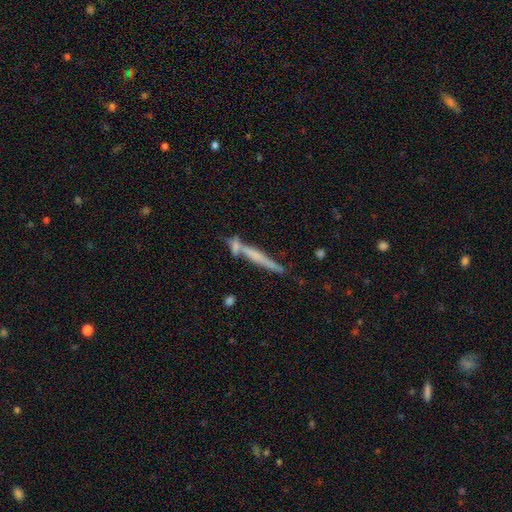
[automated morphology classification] Smooth or featured: featured or disk — 50% (smooth — 41%)
Edge-on disk: yes — 93% (no — 7%)
Merging: none — 63% (merger — 19%)